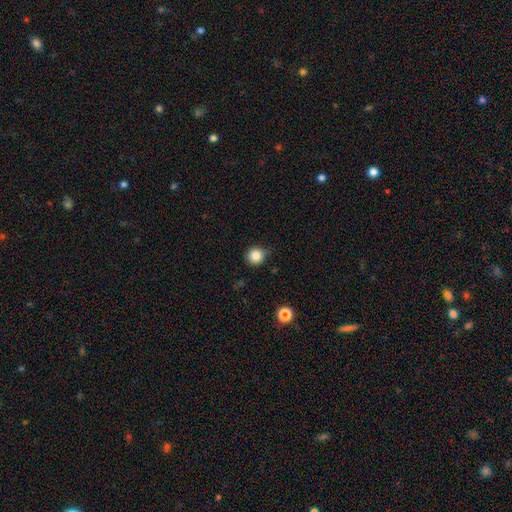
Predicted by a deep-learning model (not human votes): Smooth or featured? Predicted: smooth (p=0.85). How rounded? Predicted: round (p=0.92). Merging? Predicted: none (p=0.82).